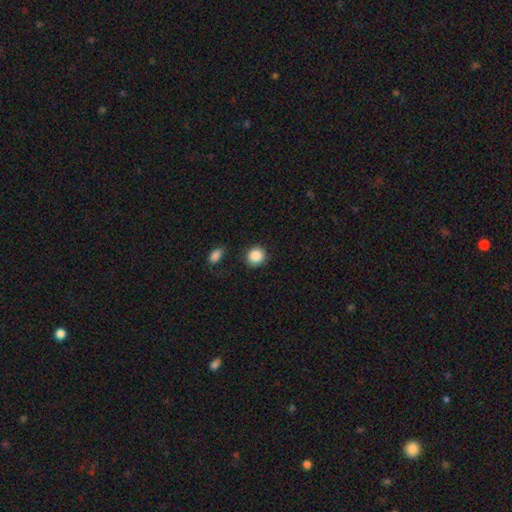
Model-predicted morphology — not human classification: smooth 88%, star or artifact 8%, featured or disk 4%. Down the decision tree: how rounded — round (89%); merging — none (83%).